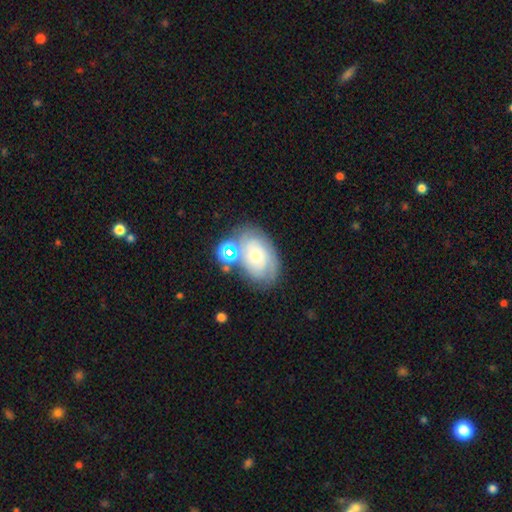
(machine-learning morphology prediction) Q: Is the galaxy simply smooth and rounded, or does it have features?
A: featured or disk — 56%.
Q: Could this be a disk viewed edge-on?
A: no — 95%.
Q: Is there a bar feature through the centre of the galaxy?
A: no — 83%.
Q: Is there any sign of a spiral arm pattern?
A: yes — 72%.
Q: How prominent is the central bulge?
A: small — 56%.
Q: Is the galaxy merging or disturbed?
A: none — 57%.